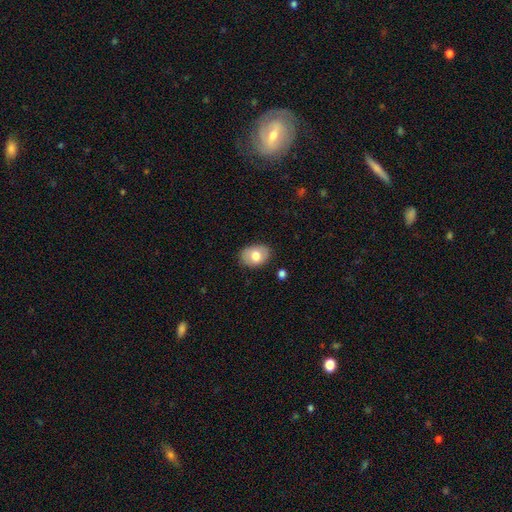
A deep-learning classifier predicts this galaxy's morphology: This appears to be a smooth galaxy with no disk features (73%) that is in between round and cigar-shaped (76%). Merging: none (82%).